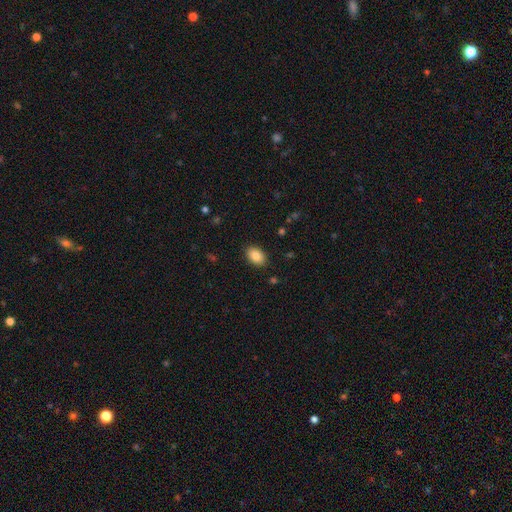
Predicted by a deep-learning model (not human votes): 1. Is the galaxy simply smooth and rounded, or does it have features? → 85% smooth, 8% star or artifact, 7% featured or disk.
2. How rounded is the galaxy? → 85% in between, 13% round, 1% cigar-shaped.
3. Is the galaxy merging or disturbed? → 88% none, 8% minor disturbance, 2% major disturbance, 1% merger.